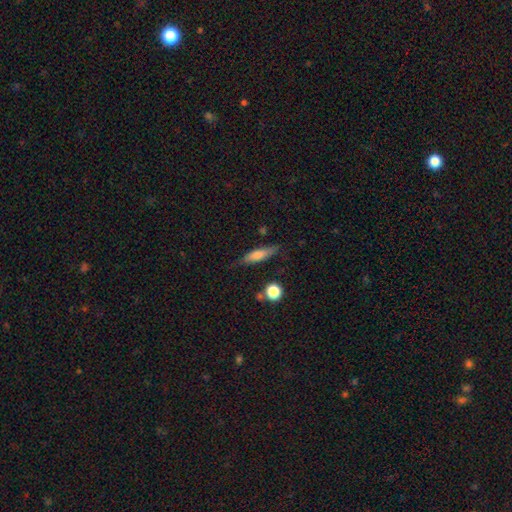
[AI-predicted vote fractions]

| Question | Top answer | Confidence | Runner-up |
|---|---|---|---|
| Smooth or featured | smooth | 68% | featured or disk (24%) |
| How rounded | cigar-shaped | 65% | in between (32%) |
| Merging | none | 72% | minor disturbance (20%) |